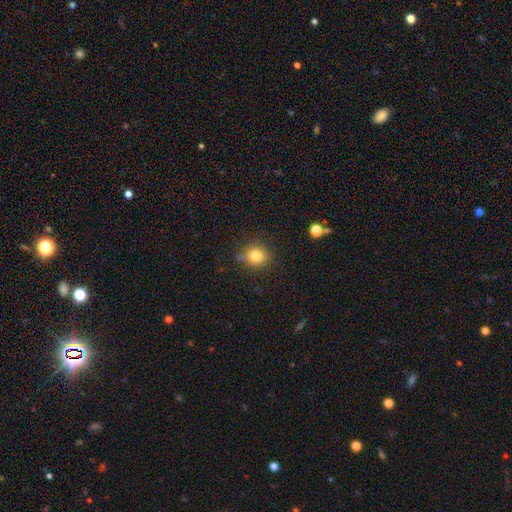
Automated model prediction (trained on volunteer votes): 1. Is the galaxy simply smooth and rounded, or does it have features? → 82% smooth, 11% star or artifact, 7% featured or disk.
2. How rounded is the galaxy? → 80% round, 19% in between, 1% cigar-shaped.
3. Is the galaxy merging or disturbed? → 77% none, 15% minor disturbance, 5% merger, 4% major disturbance.